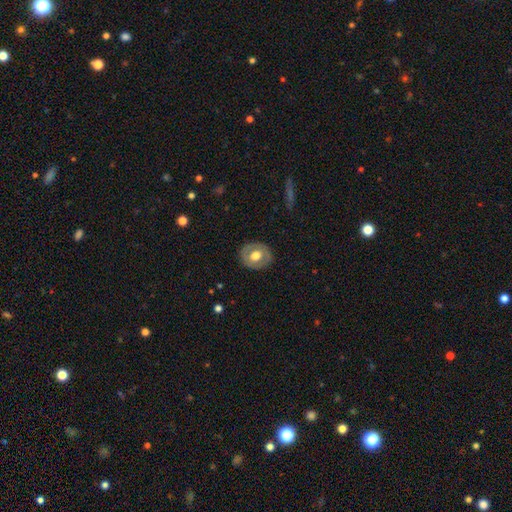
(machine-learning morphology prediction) This is possibly a smooth galaxy (53%). How rounded: likely round (64%). Merging: clearly none (85%).